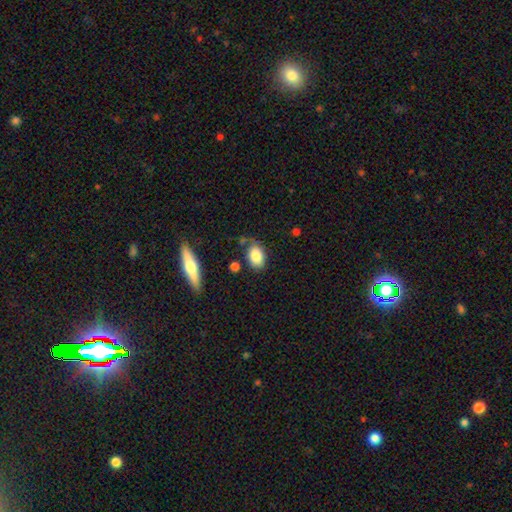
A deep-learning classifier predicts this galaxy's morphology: Smooth or featured? Predicted: smooth (p=0.83). How rounded? Predicted: in between (p=0.80). Merging? Predicted: none (p=0.64).